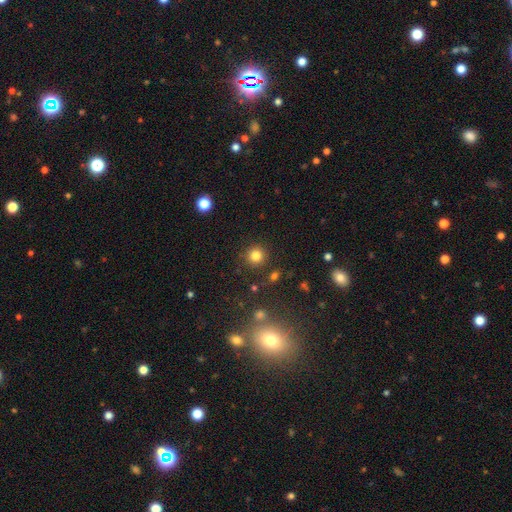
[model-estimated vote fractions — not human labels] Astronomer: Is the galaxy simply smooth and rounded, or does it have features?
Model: smooth — 81%.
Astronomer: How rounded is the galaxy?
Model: round — 93%.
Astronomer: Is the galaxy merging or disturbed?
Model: none — 88%.